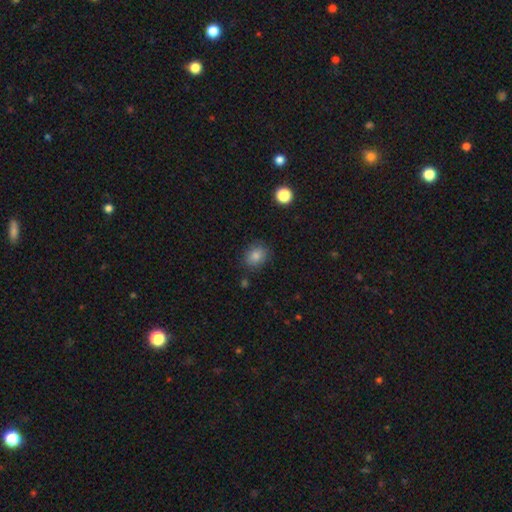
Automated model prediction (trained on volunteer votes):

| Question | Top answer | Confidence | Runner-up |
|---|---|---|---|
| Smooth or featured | smooth | 81% | star or artifact (11%) |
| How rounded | round | 54% | in between (45%) |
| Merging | none | 84% | minor disturbance (12%) |